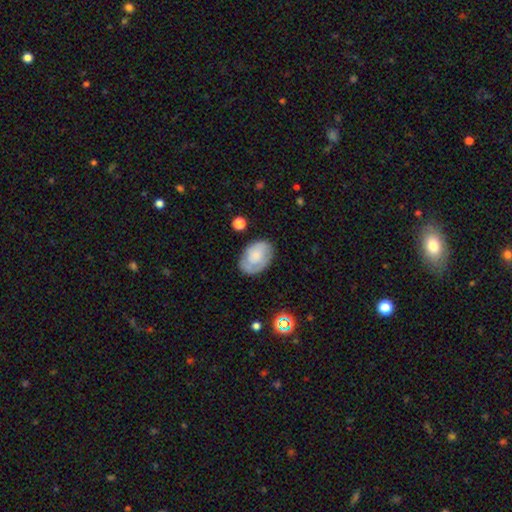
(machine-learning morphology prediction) A smooth galaxy with no disk features (57%) that is in between round and cigar-shaped (83%).

Vote fractions:
- Smooth or featured? smooth: 57% / featured or disk: 36% / star or artifact: 8%
- How rounded? in between: 83% / round: 16% / cigar-shaped: 1%
- Merging? none: 71% / minor disturbance: 20% / major disturbance: 6% / merger: 2%